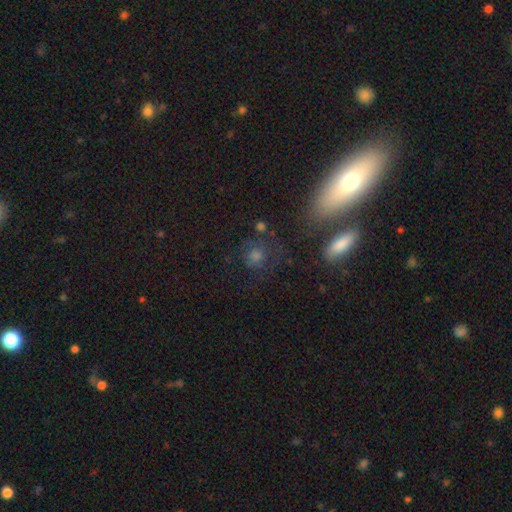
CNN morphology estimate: A smooth galaxy with no disk features (57%) that is round (80%).

Vote fractions:
- Smooth or featured? smooth: 57% / star or artifact: 22% / featured or disk: 21%
- How rounded? round: 80% / in between: 18% / cigar-shaped: 2%
- Merging? none: 65% / minor disturbance: 16% / major disturbance: 11% / merger: 8%